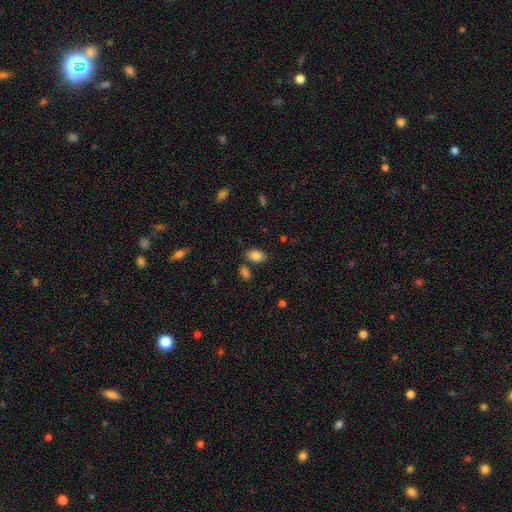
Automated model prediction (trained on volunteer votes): This is clearly a smooth galaxy (86%). How rounded: clearly in between (88%). Merging: likely none (75%).